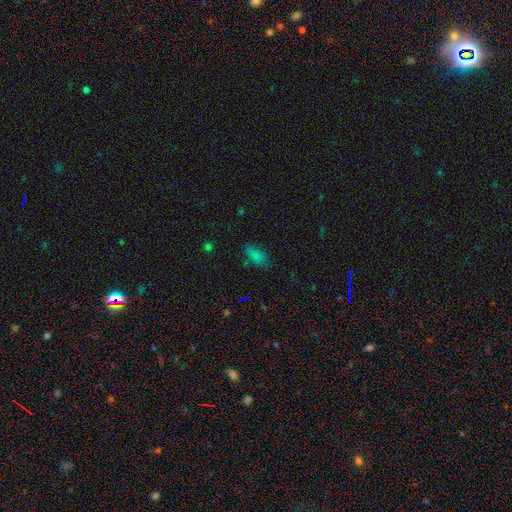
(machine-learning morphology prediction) Smooth or featured? Predicted: smooth (p=0.79). How rounded? Predicted: in between (p=0.87). Merging? Predicted: none (p=0.72).